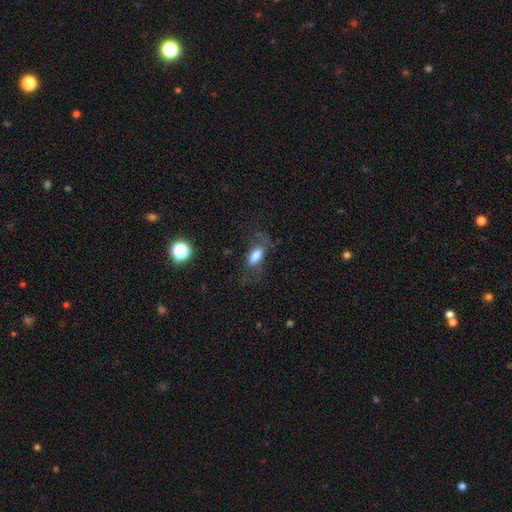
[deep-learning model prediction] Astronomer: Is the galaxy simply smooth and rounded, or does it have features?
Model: smooth — 72%.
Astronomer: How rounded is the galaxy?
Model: in between — 84%.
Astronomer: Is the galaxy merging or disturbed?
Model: none — 52%.